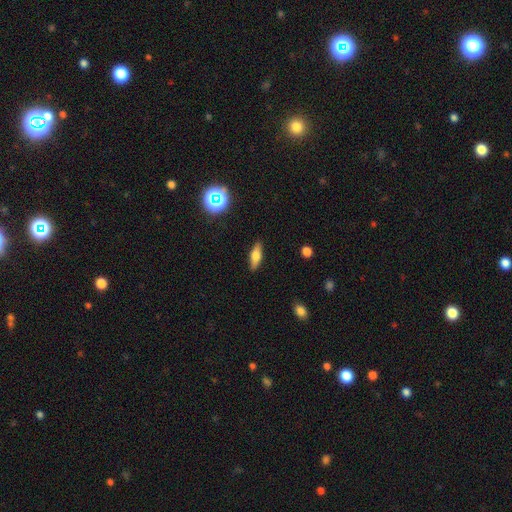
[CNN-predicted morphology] Overall: smooth (64%; featured or disk 26%). How rounded: in between (60%; cigar-shaped 37%). Merging: none (87%).